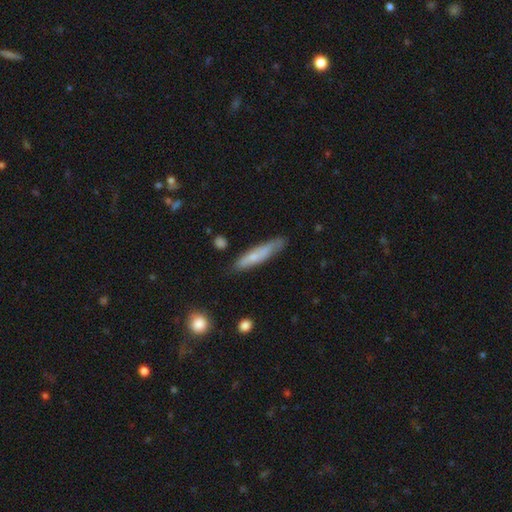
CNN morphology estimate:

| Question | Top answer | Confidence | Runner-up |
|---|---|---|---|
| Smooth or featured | smooth | 62% | featured or disk (32%) |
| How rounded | cigar-shaped | 85% | in between (13%) |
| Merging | none | 74% | minor disturbance (20%) |